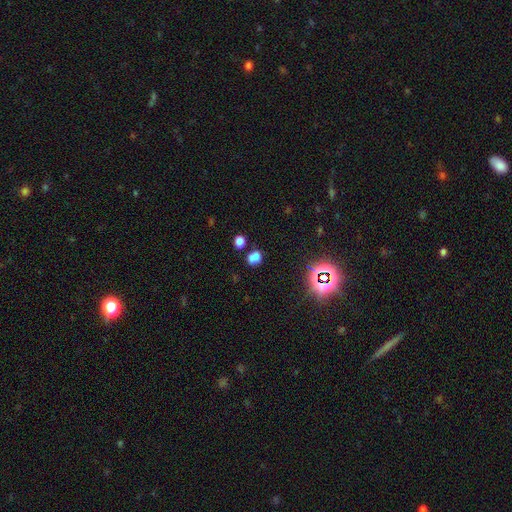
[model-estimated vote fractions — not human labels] smooth_or_featured: smooth (p=0.67) [alt: star or artifact p=0.21]
how_rounded: round (p=0.53) [alt: in between p=0.46]
merging: none (p=0.44) [alt: merger p=0.37]